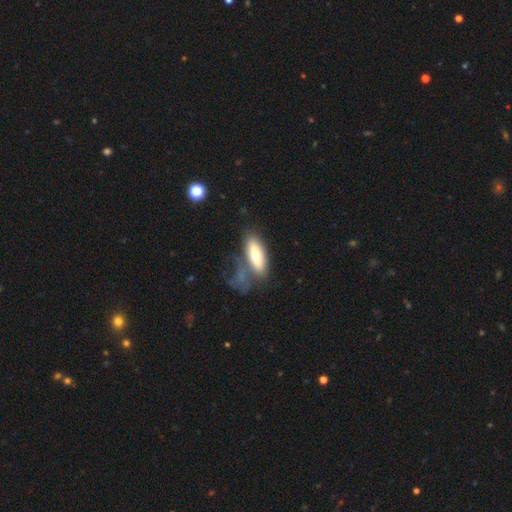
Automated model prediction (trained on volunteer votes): smooth-or-featured: smooth: 71% | featured or disk: 23% | star or artifact: 6%
  how-rounded: in between: 61% | cigar-shaped: 37% | round: 2%
  merging: none: 43% | minor disturbance: 22% | major disturbance: 20% | merger: 15%